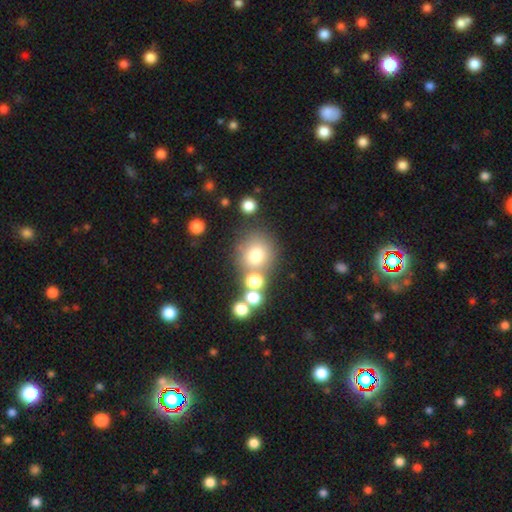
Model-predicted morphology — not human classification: This appears to be a smooth galaxy with no disk features (71%) that is round (85%). Merging: none (63%).